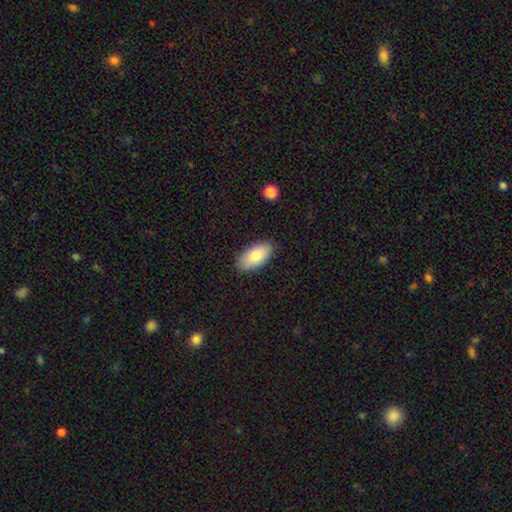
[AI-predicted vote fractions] Smooth or featured? Predicted: smooth (p=0.82). How rounded? Predicted: in between (p=0.94). Merging? Predicted: none (p=0.88).